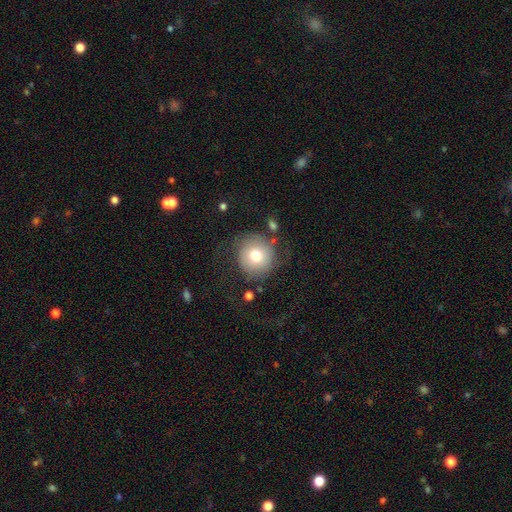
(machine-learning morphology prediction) This appears to be a smooth galaxy with no disk features (70%) that is round (93%). Merging: none (67%).